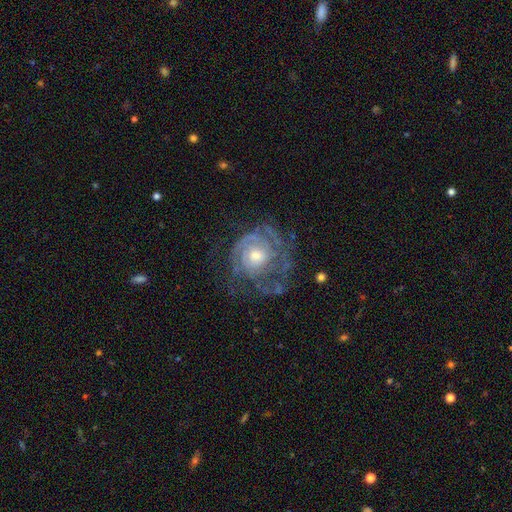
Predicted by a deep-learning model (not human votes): This appears to be a featured or disk galaxy (81%) with no bar (77%), tight (68%) spiral arms (87%) and a moderate central bulge (58%). Merging: none (59%).